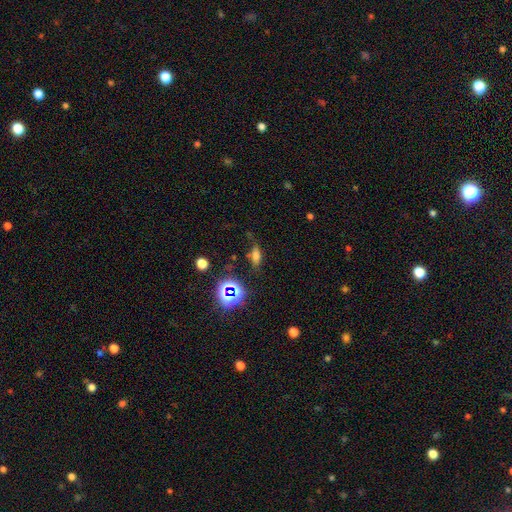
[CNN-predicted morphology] smooth 56%, star or artifact 27%, featured or disk 17%. Down the decision tree: how rounded — in between (69%); merging — none (64%).